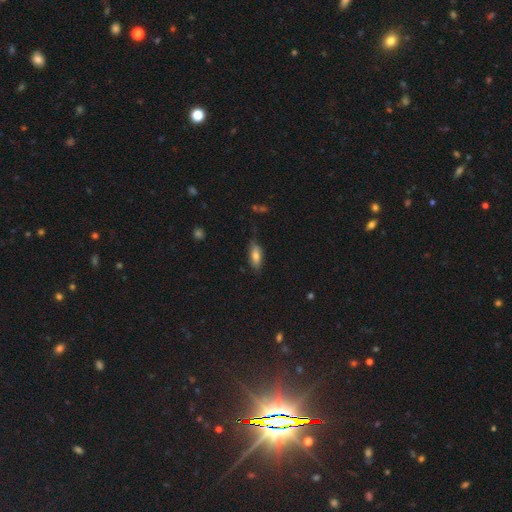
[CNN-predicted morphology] Smooth or featured? smooth (73%)
How rounded? in between (76%)
Merging? none (72%)